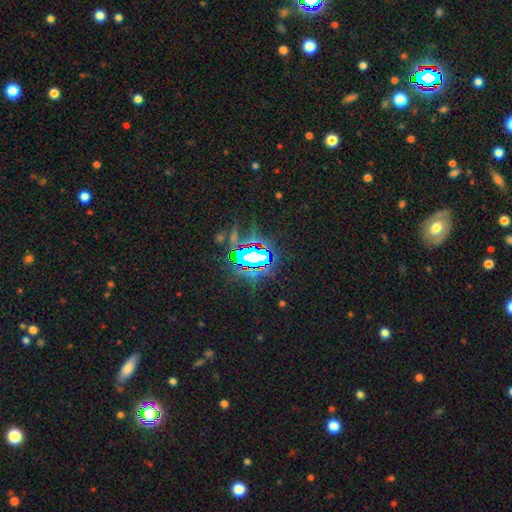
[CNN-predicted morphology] Overall: star or artifact (76%).